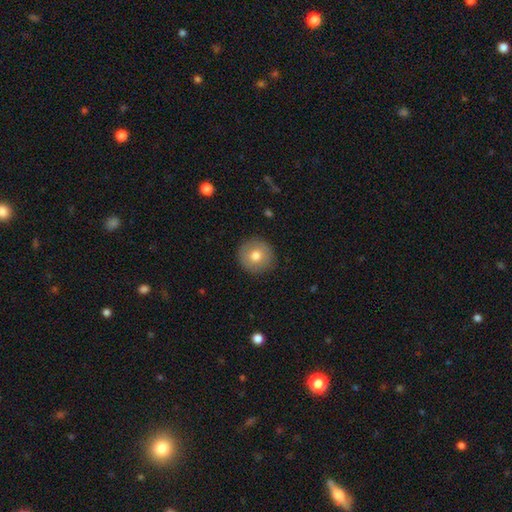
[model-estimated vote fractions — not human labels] smooth-or-featured: smooth: 75% | featured or disk: 17% | star or artifact: 8%
  how-rounded: round: 95% | in between: 4% | cigar-shaped: 1%
  merging: none: 90% | minor disturbance: 7% | major disturbance: 2% | merger: 1%